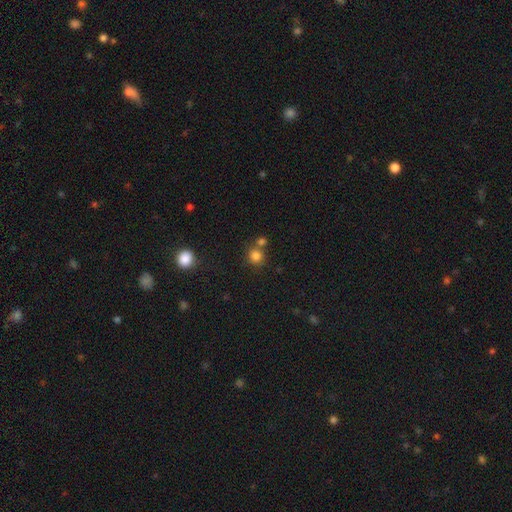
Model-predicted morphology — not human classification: Q: Smooth or featured?
A: smooth (82%); runner-up: star or artifact (13%)
Q: How rounded?
A: round (90%); runner-up: in between (9%)
Q: Merging?
A: none (66%); runner-up: merger (23%)